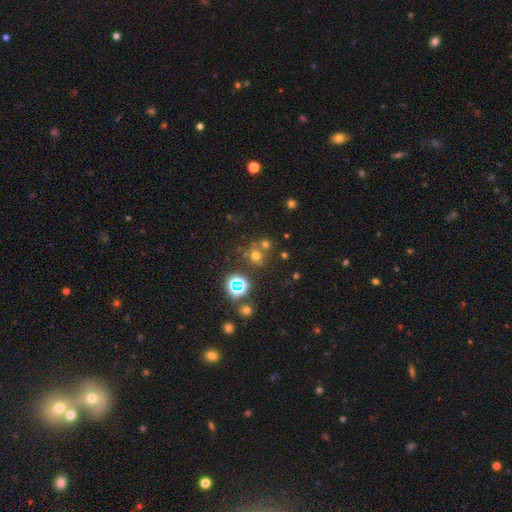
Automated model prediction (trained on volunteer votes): Smooth or featured: smooth — 54% (star or artifact — 36%)
How rounded: round — 86% (in between — 13%)
Merging: none — 64% (merger — 22%)